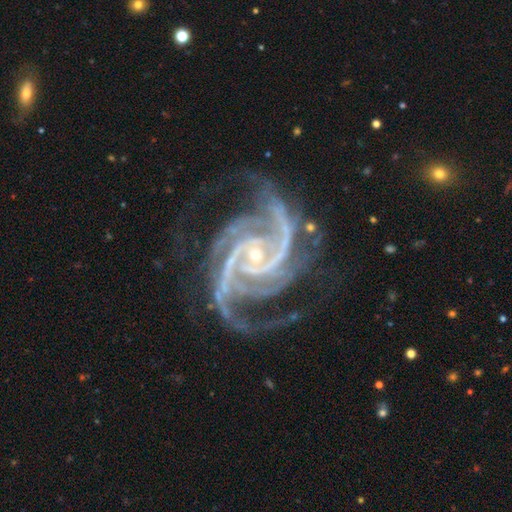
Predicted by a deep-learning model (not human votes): Smooth or featured?
  - featured or disk: 94% *
  - star or artifact: 4%
  - smooth: 2%
Edge-on disk?
  - no: 98% *
  - yes: 2%
Bar?
  - no: 49% *
  - weak: 28%
  - strong: 23%
Spiral arms?
  - yes: 99% *
  - no: 1%
Spiral winding?
  - medium: 50% *
  - tight: 43%
  - loose: 7%
Spiral arm count?
  - 3: 38% *
  - 2: 25%
  - 4: 15%
  - can't tell: 8%
  - more than 4: 7%
  - 1: 7%
Bulge size?
  - small: 79% *
  - moderate: 18%
  - none: 1%
  - large: 1%
  - dominant: 1%
Merging?
  - none: 65% *
  - minor disturbance: 20%
  - major disturbance: 13%
  - merger: 2%